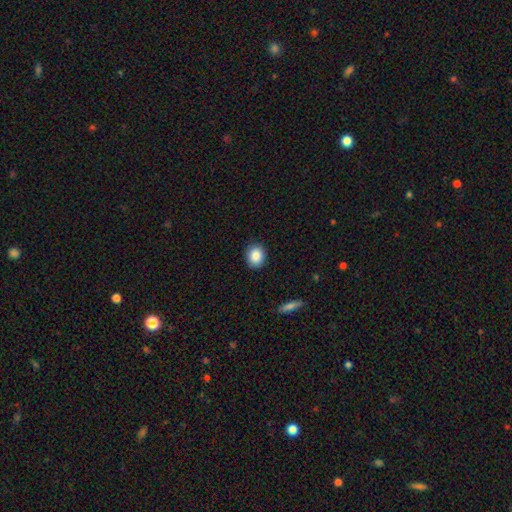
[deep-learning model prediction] A smooth galaxy with no disk features (85%) that is round (72%). Merging: none (90%).